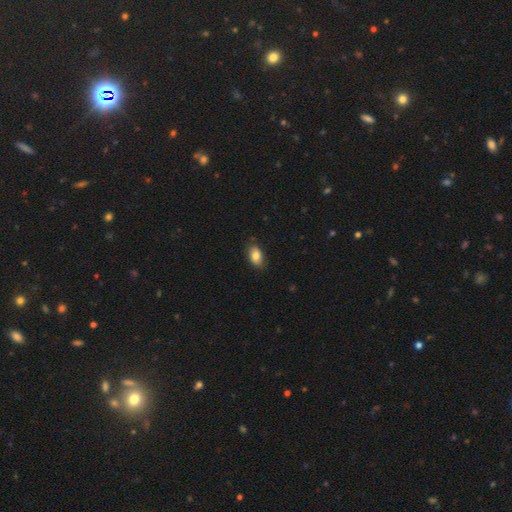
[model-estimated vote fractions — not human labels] This appears to be a smooth galaxy with no disk features (82%) that is in between round and cigar-shaped (90%). Merging: none (82%).